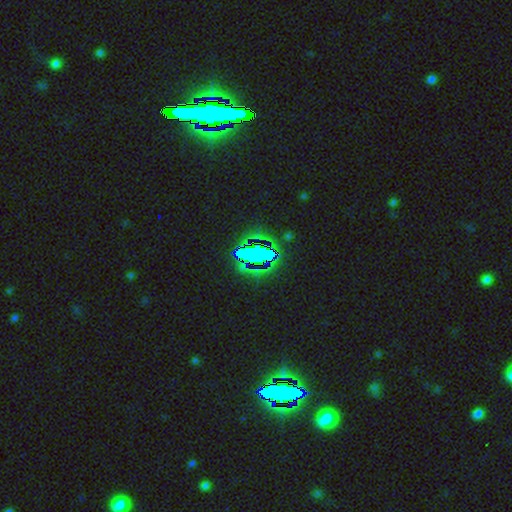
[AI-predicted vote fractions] A star or artifact, not a galaxy (69%).